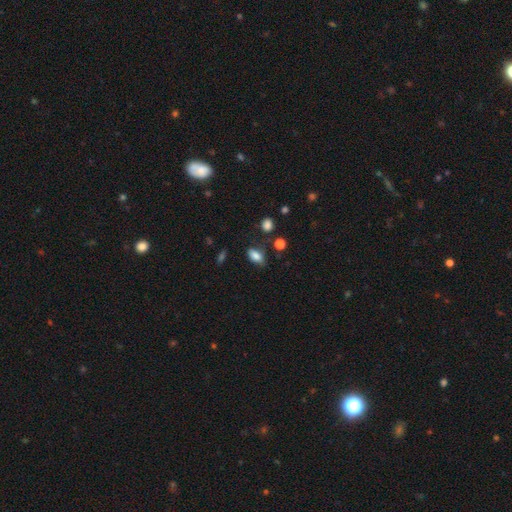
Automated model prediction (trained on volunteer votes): smooth_or_featured: smooth (p=0.82) [alt: star or artifact p=0.10]
how_rounded: in between (p=0.87) [alt: round p=0.08]
merging: none (p=0.67) [alt: minor disturbance p=0.23]